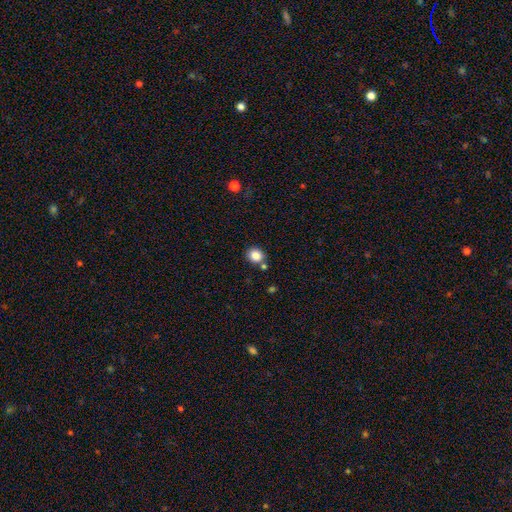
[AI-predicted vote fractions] The model was most divided on "how rounded": round: 77%, in between: 22%, cigar-shaped: 1%. More confident: smooth or featured — smooth (86%); merging — none (75%).